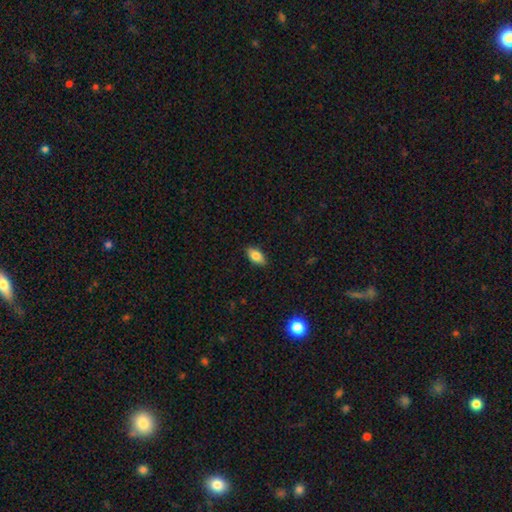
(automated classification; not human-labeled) A smooth galaxy with no disk features (83%) that is in between round and cigar-shaped (90%).

Vote fractions:
- Smooth or featured? smooth: 83% / featured or disk: 9% / star or artifact: 8%
- How rounded? in between: 90% / cigar-shaped: 6% / round: 4%
- Merging? none: 88% / minor disturbance: 9% / major disturbance: 2% / merger: 1%